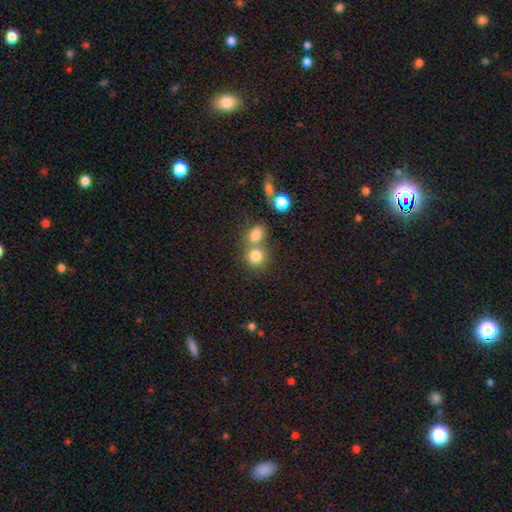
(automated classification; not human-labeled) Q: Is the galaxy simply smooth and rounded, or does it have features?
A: smooth — 80%.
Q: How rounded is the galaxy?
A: round — 77%.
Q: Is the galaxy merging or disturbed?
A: merger — 47%.